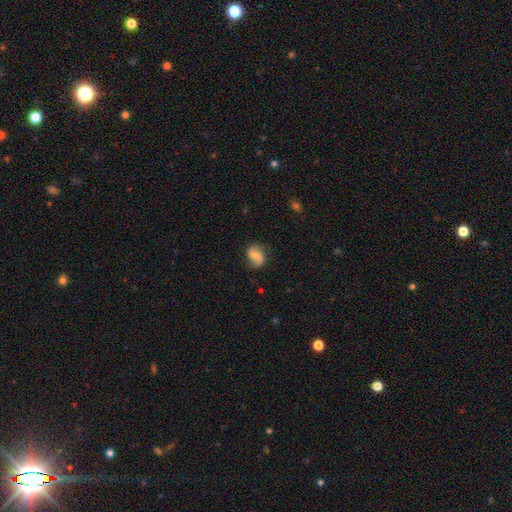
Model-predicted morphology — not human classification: This appears to be a featured or disk galaxy (52%) with no bar (45%), spiral arms (91%) and a small central bulge (42%). Merging: none (73%).